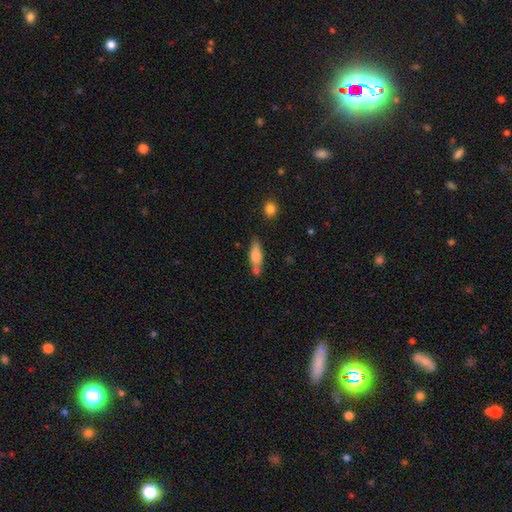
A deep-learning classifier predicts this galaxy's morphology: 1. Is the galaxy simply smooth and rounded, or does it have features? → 74% smooth, 19% featured or disk, 7% star or artifact.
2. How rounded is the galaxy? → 54% in between, 43% cigar-shaped, 3% round.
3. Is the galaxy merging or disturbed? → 54% none, 22% merger, 19% minor disturbance, 5% major disturbance.